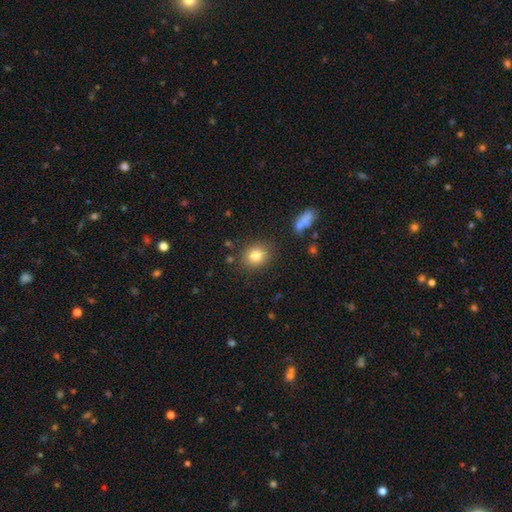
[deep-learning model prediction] Smooth or featured?
  - smooth: 80% *
  - star or artifact: 11%
  - featured or disk: 9%
How rounded?
  - round: 66% *
  - in between: 33%
  - cigar-shaped: 1%
Merging?
  - none: 83% *
  - minor disturbance: 11%
  - major disturbance: 3%
  - merger: 3%